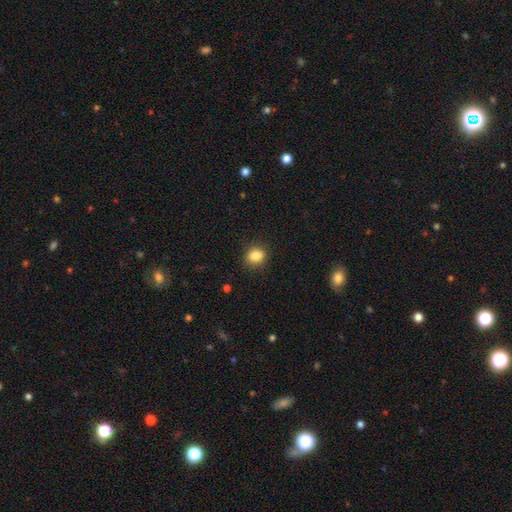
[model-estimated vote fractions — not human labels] smooth_or_featured: smooth (p=0.85) [alt: star or artifact p=0.10]
how_rounded: round (p=0.61) [alt: in between p=0.38]
merging: none (p=0.88) [alt: minor disturbance p=0.09]